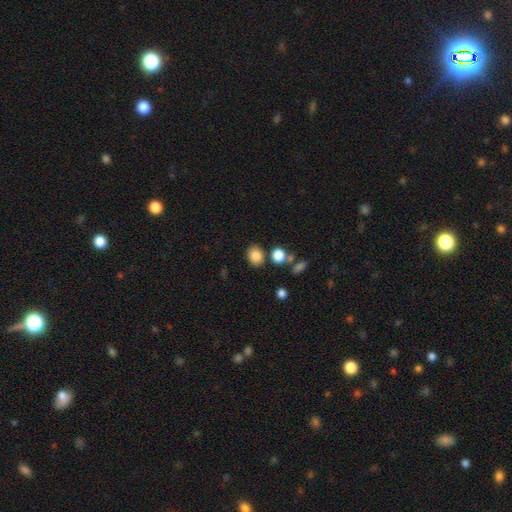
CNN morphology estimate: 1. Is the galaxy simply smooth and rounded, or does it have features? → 83% smooth, 10% star or artifact, 6% featured or disk.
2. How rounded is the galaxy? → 51% round, 48% in between, 1% cigar-shaped.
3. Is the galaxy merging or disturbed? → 78% none, 10% minor disturbance, 8% merger, 3% major disturbance.